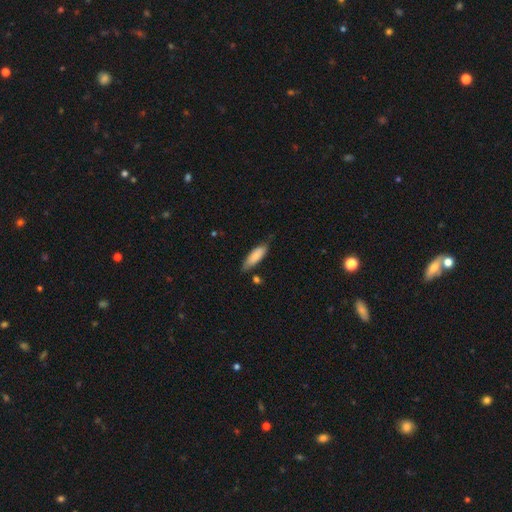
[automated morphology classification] A smooth galaxy with no disk features (83%) that is in between round and cigar-shaped (52%). Merging: none (69%).